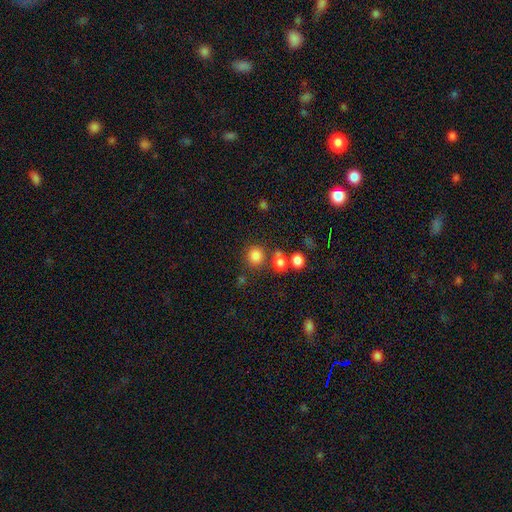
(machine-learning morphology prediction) This is likely a smooth galaxy (80%). How rounded: clearly round (87%). Merging: likely none (71%).